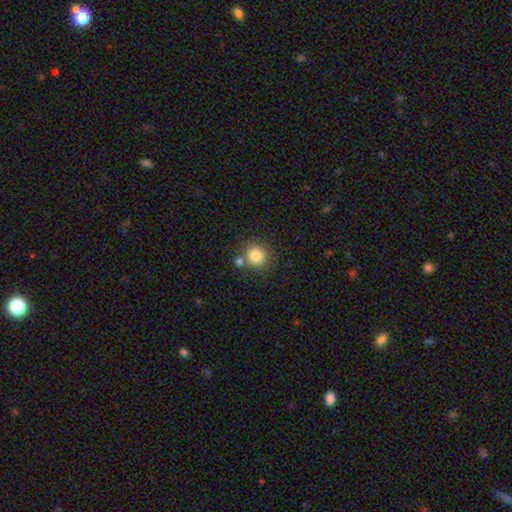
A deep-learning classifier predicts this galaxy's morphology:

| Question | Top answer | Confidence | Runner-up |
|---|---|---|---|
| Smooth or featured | smooth | 82% | star or artifact (11%) |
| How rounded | round | 91% | in between (8%) |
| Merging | none | 71% | merger (17%) |